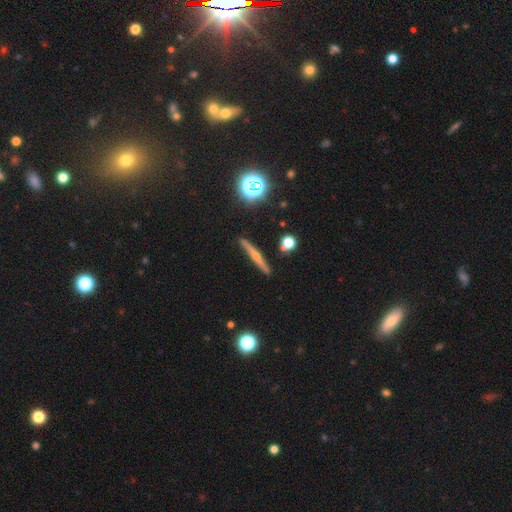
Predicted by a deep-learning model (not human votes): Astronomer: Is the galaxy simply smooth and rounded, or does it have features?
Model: featured or disk — 69%.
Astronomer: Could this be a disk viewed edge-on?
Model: yes — 97%.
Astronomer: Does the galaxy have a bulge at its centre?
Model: rounded — 84%.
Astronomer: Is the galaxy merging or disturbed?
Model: none — 89%.